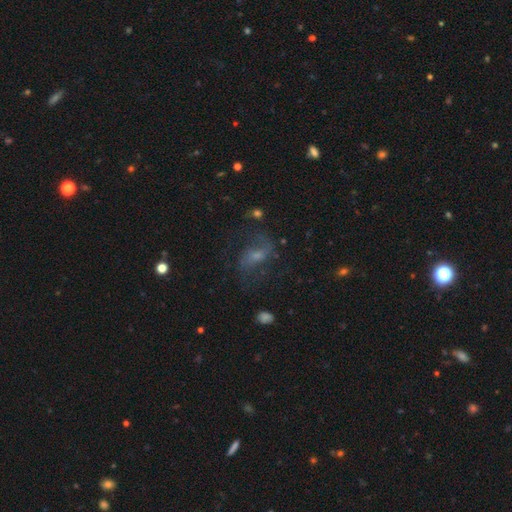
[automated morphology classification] A featured or disk galaxy (58%) with a weak bar (44%), spiral arms (83%) and a small central bulge (43%). Merging: none (66%).